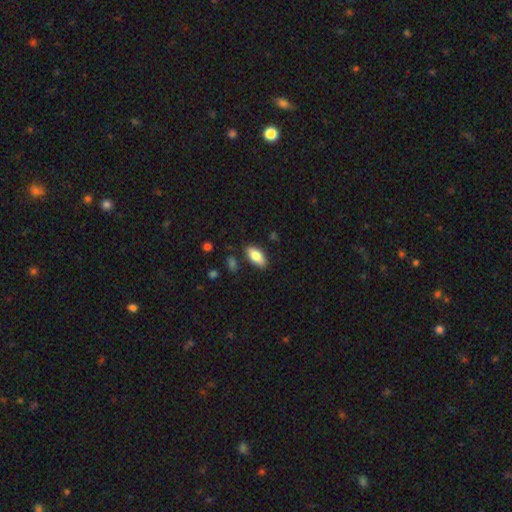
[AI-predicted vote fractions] Smooth or featured: smooth — 81% (featured or disk — 13%)
How rounded: in between — 87% (cigar-shaped — 11%)
Merging: none — 84% (minor disturbance — 12%)